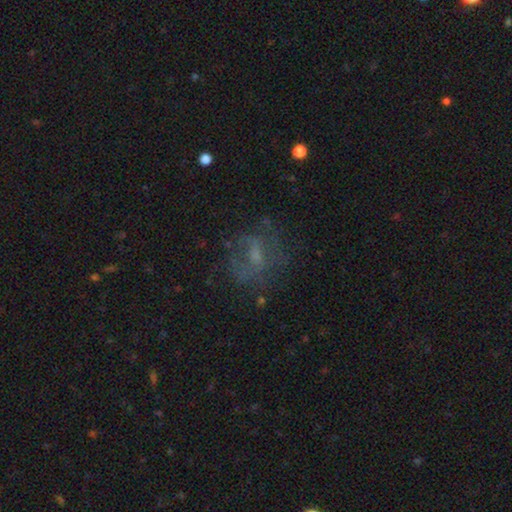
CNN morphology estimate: The model was most divided on "smooth or featured": featured or disk: 41%, star or artifact: 33%, smooth: 26%. More confident: merging — none (70%).